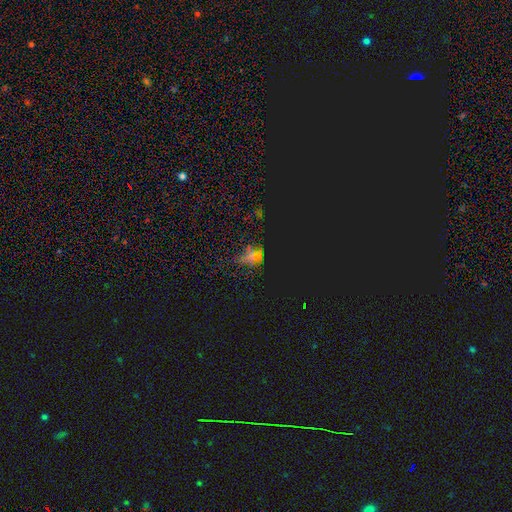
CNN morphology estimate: Smooth or featured? Predicted: star or artifact (p=0.63).